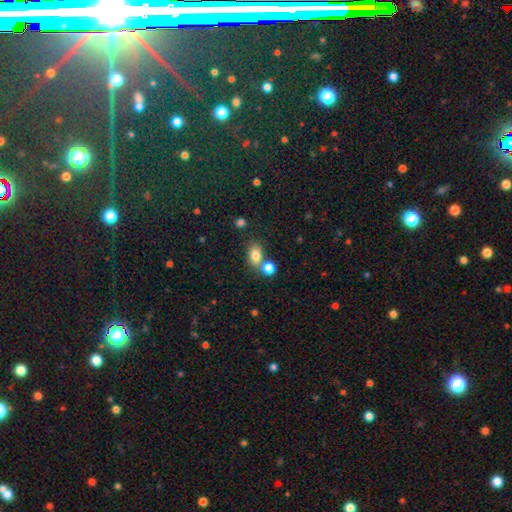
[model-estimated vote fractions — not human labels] smooth 81%, star or artifact 12%, featured or disk 8%. Down the decision tree: how rounded — in between (76%); merging — none (59%).